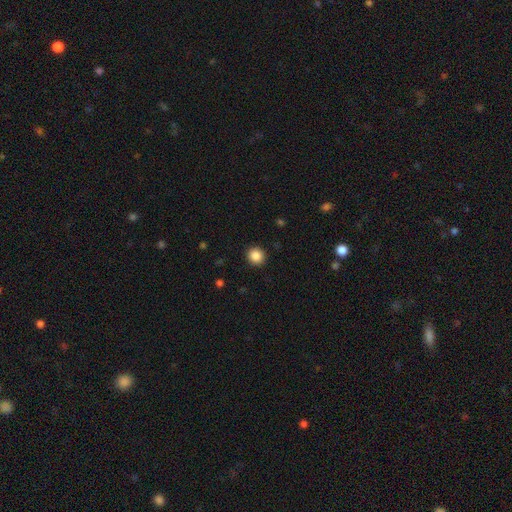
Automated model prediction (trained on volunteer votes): Smooth or featured? smooth (86%)
How rounded? round (93%)
Merging? none (92%)